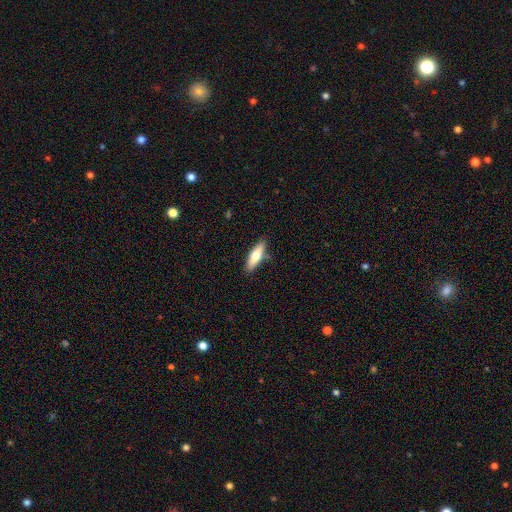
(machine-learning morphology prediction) Smooth or featured? Predicted: smooth (p=0.63). How rounded? Predicted: cigar-shaped (p=0.55). Merging? Predicted: none (p=0.83).